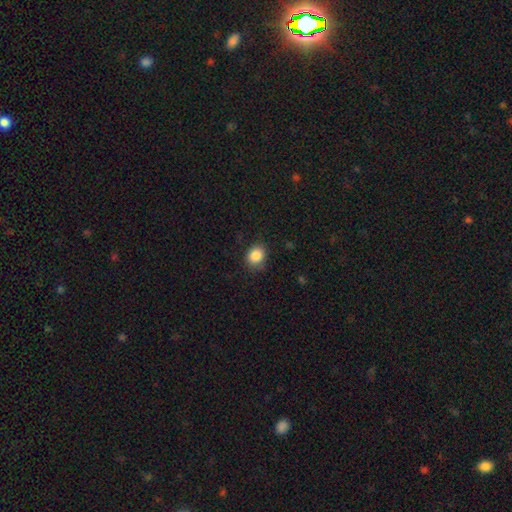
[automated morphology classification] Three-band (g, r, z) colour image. It shows a smooth galaxy with no disk features (87%) that is round (62%). Merging: none (80%).